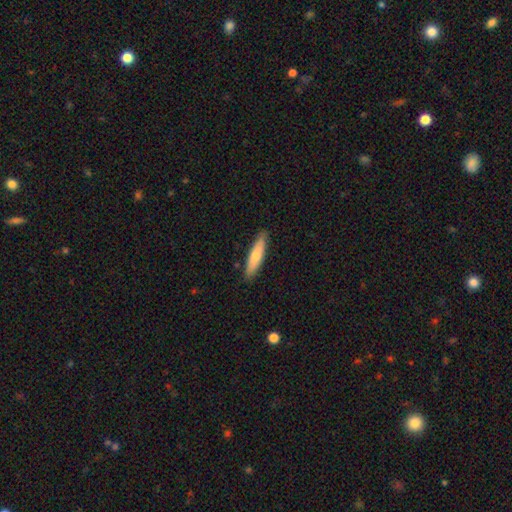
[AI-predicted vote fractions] This is likely a smooth galaxy (74%). How rounded: likely cigar-shaped (79%). Merging: clearly none (88%).